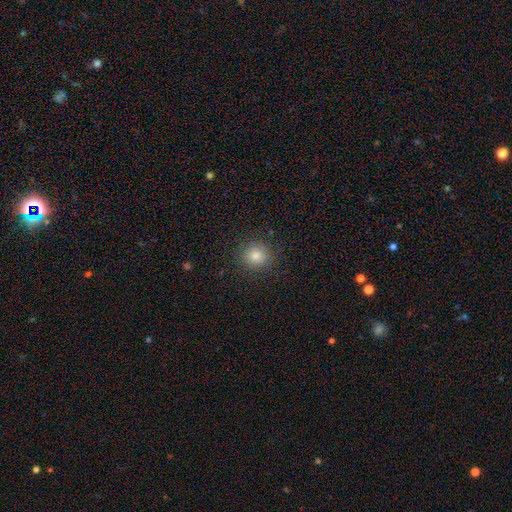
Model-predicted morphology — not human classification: This is clearly a smooth galaxy (81%). How rounded: clearly round (91%). Merging: clearly none (90%).